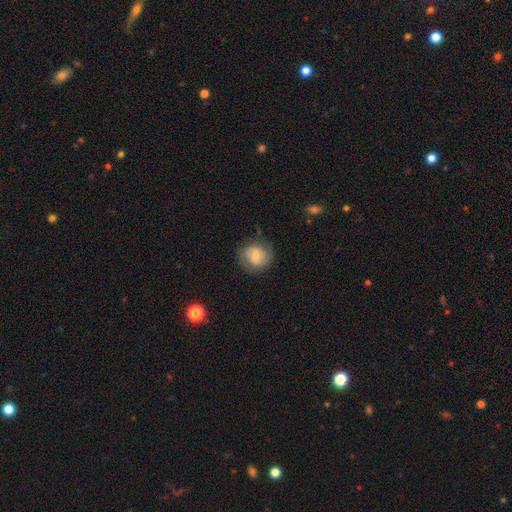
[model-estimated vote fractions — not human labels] smooth-or-featured: featured or disk: 46% (tied) | smooth: 46% (tied) | star or artifact: 8%
  merging: none: 72% | minor disturbance: 19% | major disturbance: 8% | merger: 1%